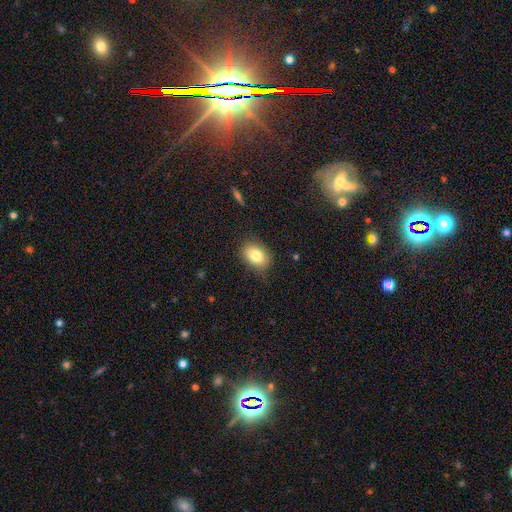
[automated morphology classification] A smooth galaxy with no disk features (82%) that is in between round and cigar-shaped (78%). Merging: none (82%).